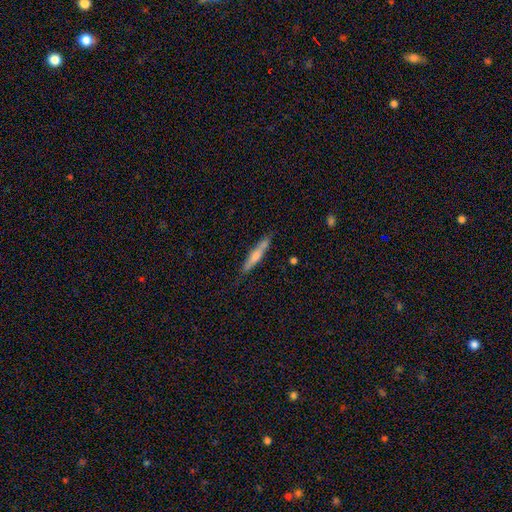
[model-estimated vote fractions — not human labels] This appears to be a smooth galaxy with no disk features (52%) that is cigar-shaped (91%). Merging: none (78%).